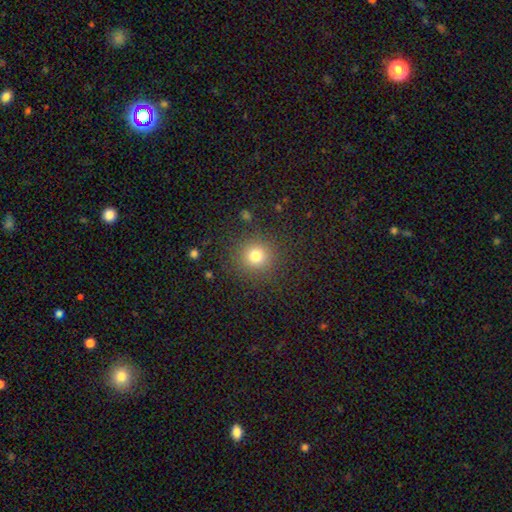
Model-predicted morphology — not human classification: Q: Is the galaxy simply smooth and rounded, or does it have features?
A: smooth — 76%.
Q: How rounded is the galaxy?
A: round — 93%.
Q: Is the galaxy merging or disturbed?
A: none — 88%.